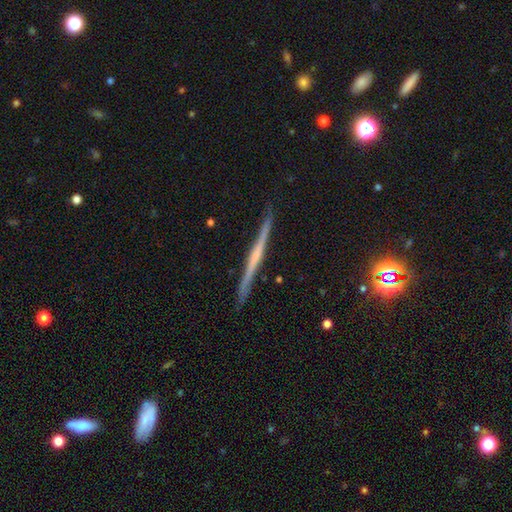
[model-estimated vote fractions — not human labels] Overall: featured or disk (71%). Edge-on disk: yes (98%). Edge-on bulge: none (56%; rounded 31%). Merging: none (89%).